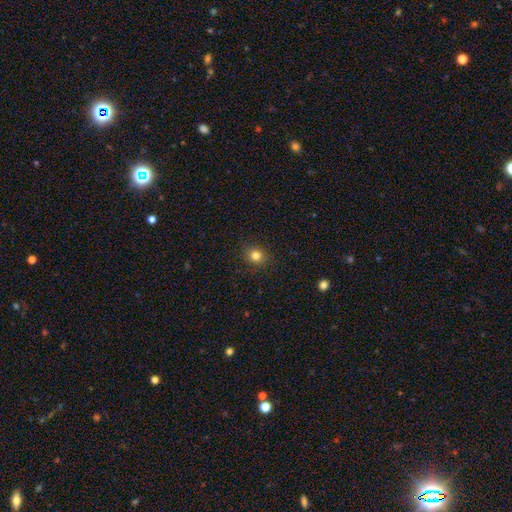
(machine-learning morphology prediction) The model was most divided on "how rounded": round: 81%, in between: 18%, cigar-shaped: 1%. More confident: merging — none (90%); smooth or featured — smooth (81%).